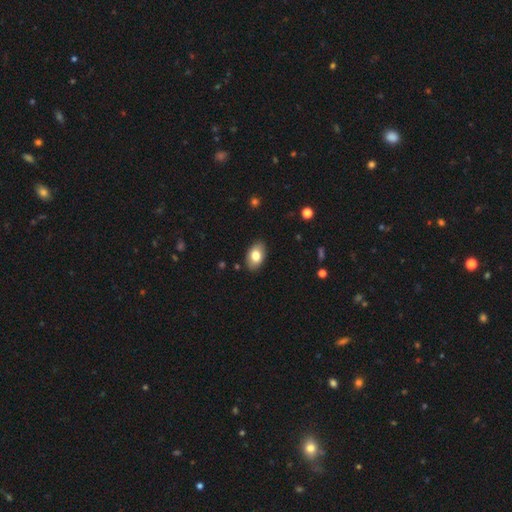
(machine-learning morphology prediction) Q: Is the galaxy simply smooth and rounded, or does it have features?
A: smooth — 80%.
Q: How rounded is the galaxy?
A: in between — 92%.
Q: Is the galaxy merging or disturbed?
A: none — 87%.